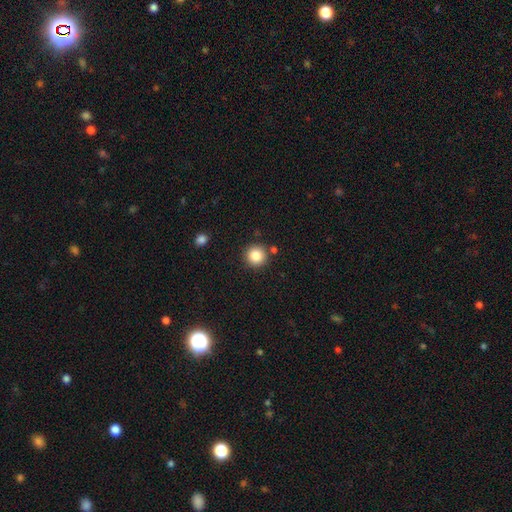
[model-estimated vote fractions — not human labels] This appears to be a smooth galaxy with no disk features (85%) that is round (95%). Merging: none (87%).